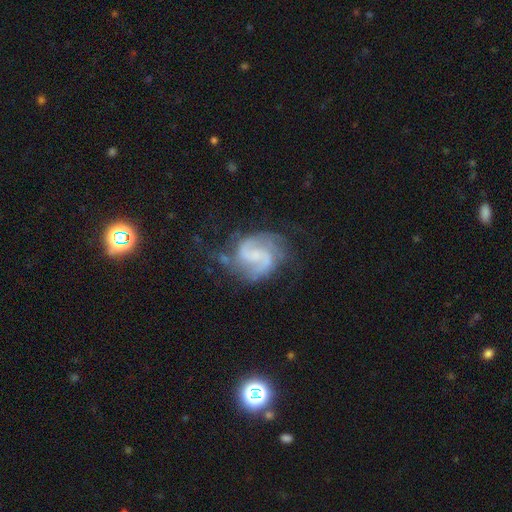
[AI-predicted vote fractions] A featured or disk galaxy (86%) with a weak bar (50%), 2 (83%) medium (53%) spiral arms (97%) and a small central bulge (45%).

Vote fractions:
- Smooth or featured? featured or disk: 86% / smooth: 8% / star or artifact: 6%
- Edge-on disk? no: 98% / yes: 2%
- Bar? weak: 50% / no: 38% / strong: 12%
- Spiral arms? yes: 97% / no: 3%
- Spiral winding? medium: 53% / tight: 26% / loose: 21%
- Spiral arm count? 2: 83% / can't tell: 6% / 3: 5% / 1: 2% / 4: 2% / more than 4: 2%
- Bulge size? small: 45% / none: 34% / moderate: 18% / large: 3% / dominant: 1%
- Merging? none: 62% / minor disturbance: 21% / major disturbance: 13% / merger: 3%